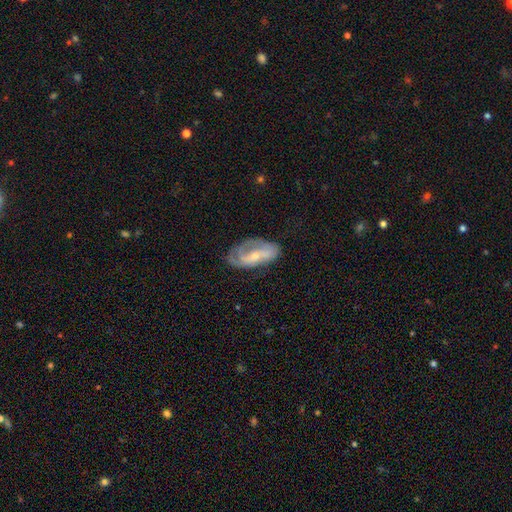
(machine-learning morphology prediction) Smooth or featured? featured or disk (71%)
Edge-on disk? no (93%)
Bar? no (39%)
Spiral arms? yes (81%)
Spiral winding? medium (39%)
Spiral arm count? 2 (52%)
Bulge size? small (59%)
Merging? none (54%)